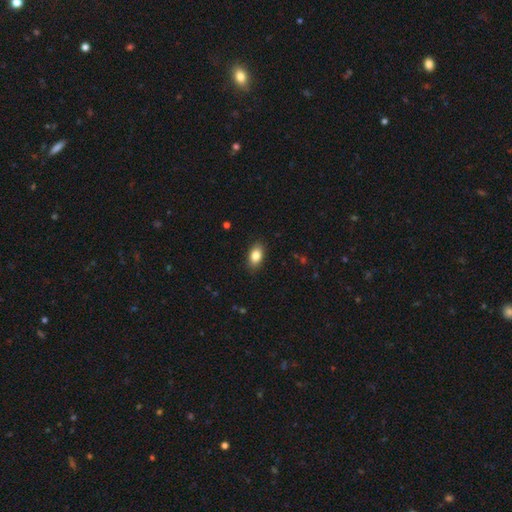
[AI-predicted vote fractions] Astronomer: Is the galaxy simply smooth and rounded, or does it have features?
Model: smooth — 84%.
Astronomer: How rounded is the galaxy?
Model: in between — 89%.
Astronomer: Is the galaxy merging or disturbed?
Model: none — 88%.